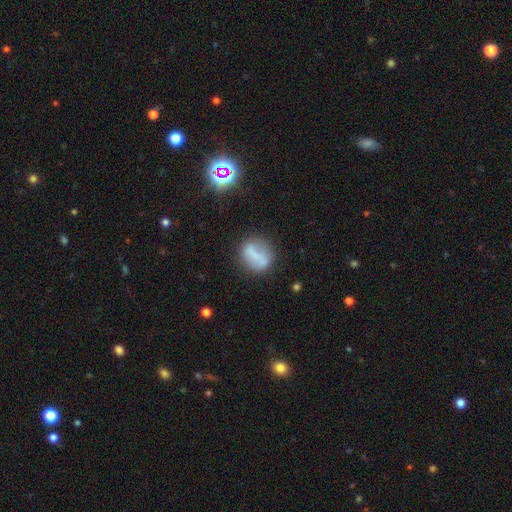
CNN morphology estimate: Smooth or featured? smooth (59%)
How rounded? round (59%)
Merging? none (67%)